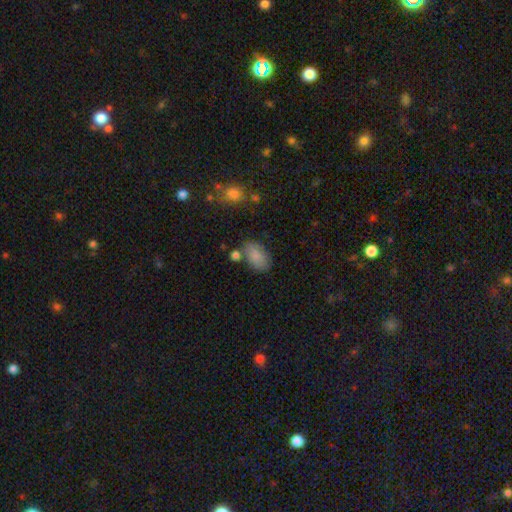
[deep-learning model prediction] This is clearly a smooth galaxy (84%). How rounded: clearly in between (89%). Merging: likely none (66%).